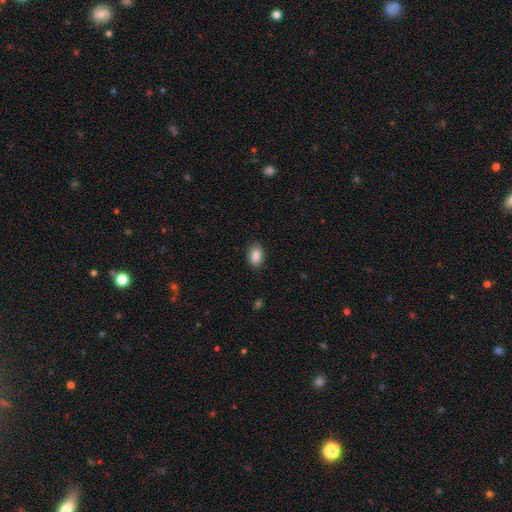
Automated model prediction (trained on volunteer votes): The model was most divided on "how rounded": in between: 89%, round: 10%, cigar-shaped: 1%. More confident: merging — none (89%); smooth or featured — smooth (88%).